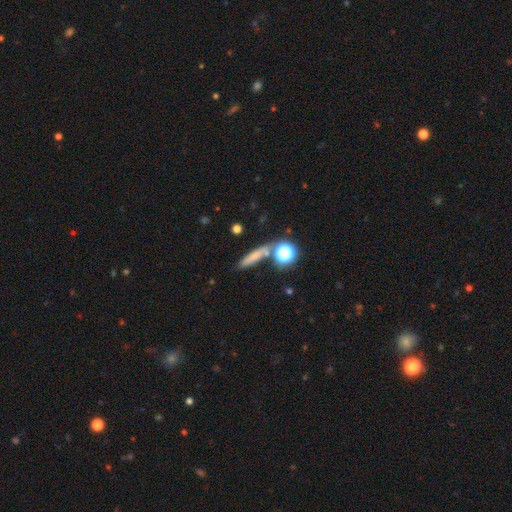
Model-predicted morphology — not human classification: Smooth or featured: smooth — 65% (featured or disk — 19%)
How rounded: cigar-shaped — 71% (in between — 14%)
Merging: none — 72% (minor disturbance — 12%)